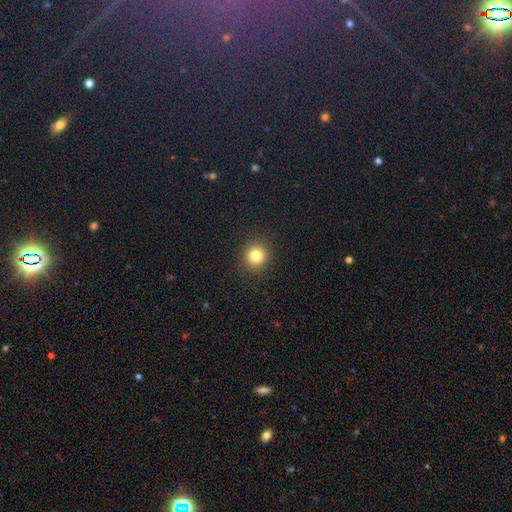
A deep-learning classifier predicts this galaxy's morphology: Smooth or featured? Predicted: smooth (p=0.82). How rounded? Predicted: round (p=0.92). Merging? Predicted: none (p=0.92).